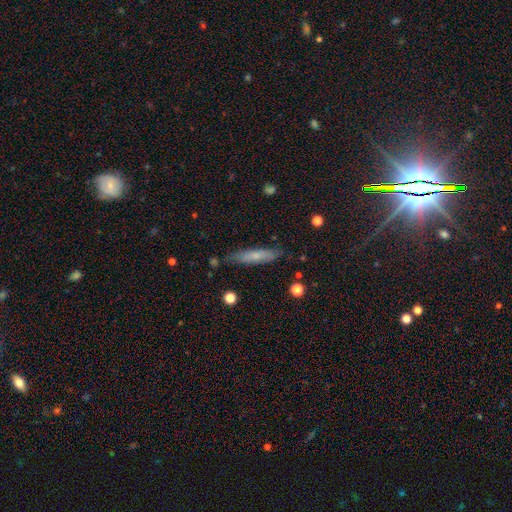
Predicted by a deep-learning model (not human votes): Morphology: type=smooth (64%); roundness=cigar-shaped (83%); merging=none (81%).